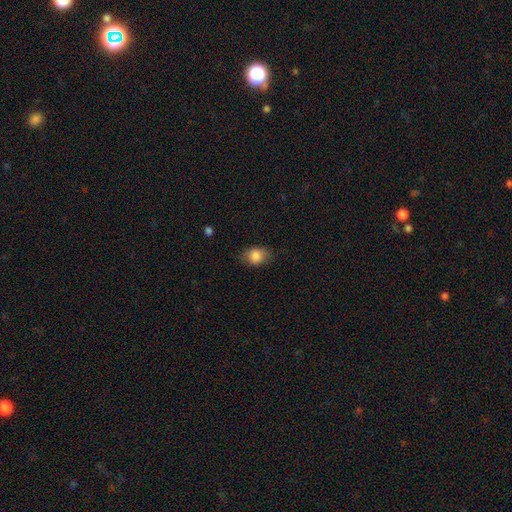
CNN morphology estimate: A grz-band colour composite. It shows a smooth galaxy with no disk features (83%) that is in between round and cigar-shaped (64%). Merging: none (76%).